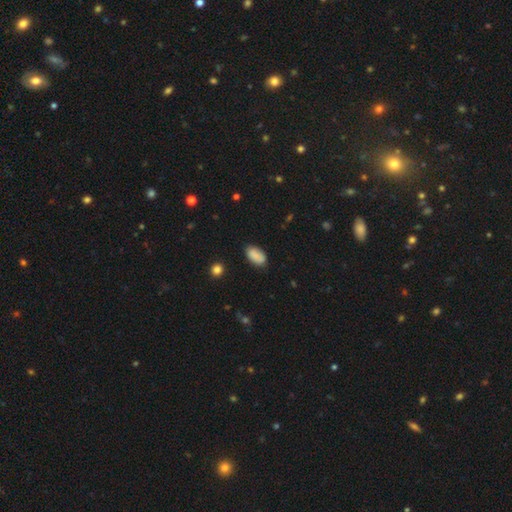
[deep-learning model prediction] Morphology: type=smooth (85%); roundness=in between (93%); merging=none (77%).